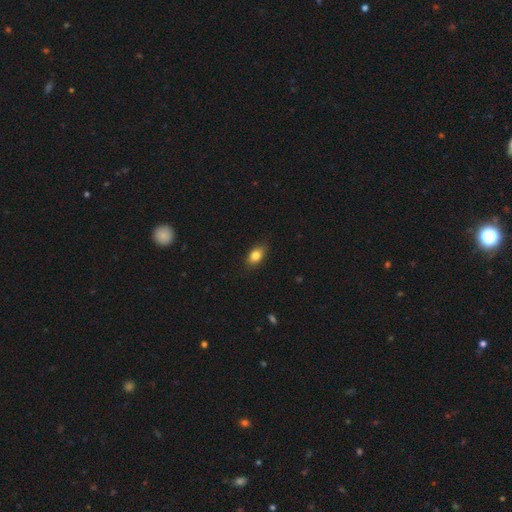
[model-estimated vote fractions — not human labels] This appears to be a smooth galaxy with no disk features (82%) that is in between round and cigar-shaped (84%). Merging: none (86%).